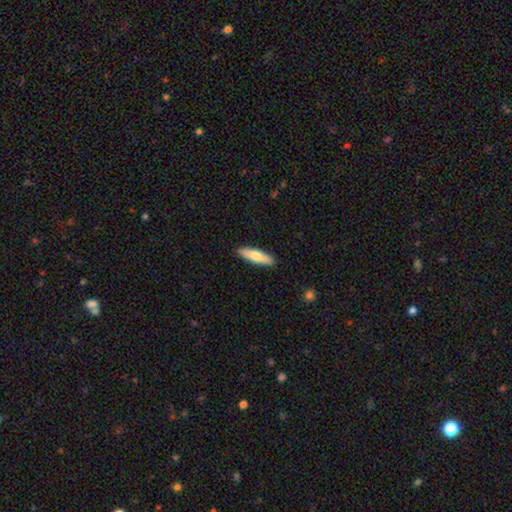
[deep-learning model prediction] Overall: smooth (71%). How rounded: cigar-shaped (66%; in between 33%). Merging: none (91%).